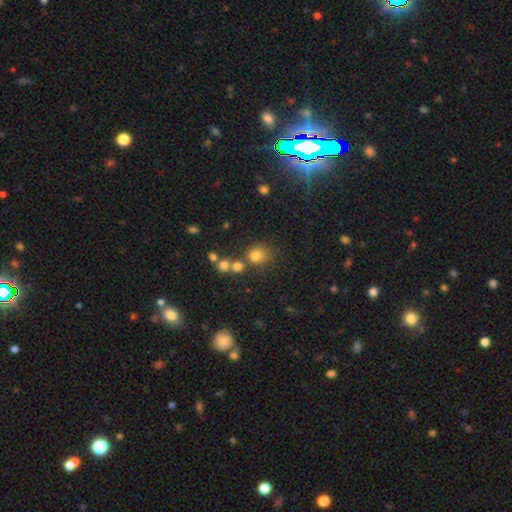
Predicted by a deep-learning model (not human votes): The model was most divided on "merging": none: 57%, merger: 25%, minor disturbance: 12%, major disturbance: 6%. More confident: how rounded — round (76%); smooth or featured — smooth (73%).